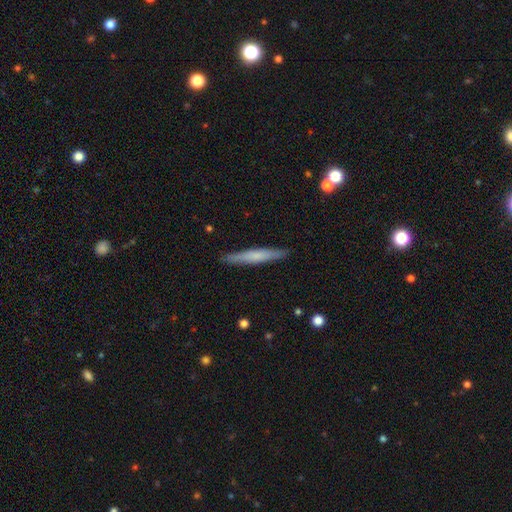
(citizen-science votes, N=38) Q: Smooth or featured?
A: smooth (68%); runner-up: featured or disk (26%)
Q: How rounded?
A: cigar-shaped (96%); runner-up: in between (4%)
Q: Merging?
A: none (92%); runner-up: minor disturbance (3%)